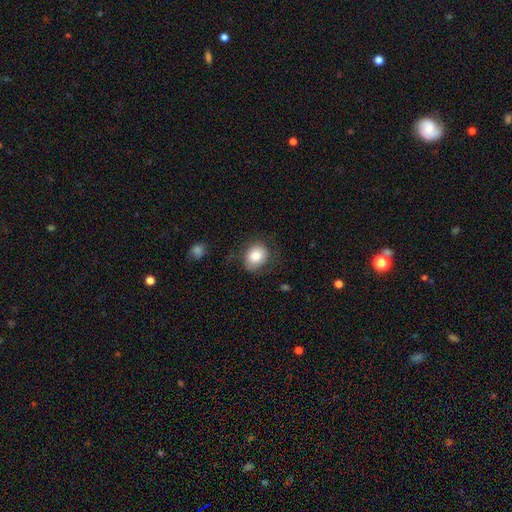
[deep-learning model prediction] Smooth or featured?
  - smooth: 81% *
  - featured or disk: 10%
  - star or artifact: 8%
How rounded?
  - round: 50% *
  - in between: 49%
  - cigar-shaped: 1%
Merging?
  - none: 73% *
  - minor disturbance: 19%
  - major disturbance: 7%
  - merger: 2%